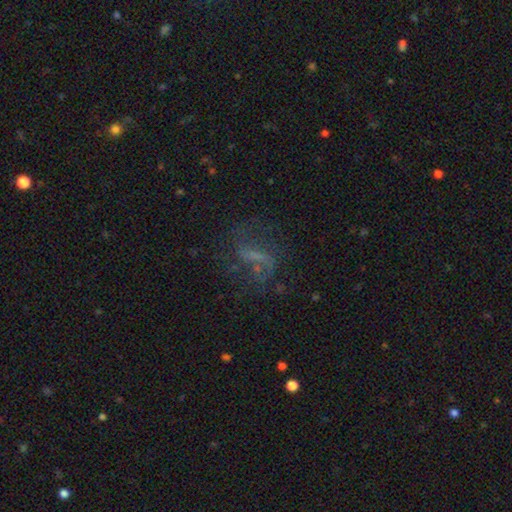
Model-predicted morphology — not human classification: type=featured or disk (52%); edge-on=no (91%); merging=none (57%).